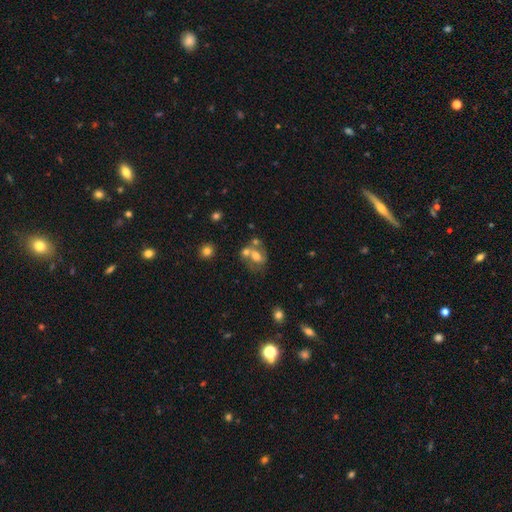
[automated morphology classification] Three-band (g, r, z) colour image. It shows a smooth galaxy with no disk features (47%). Merging: merger (47%).